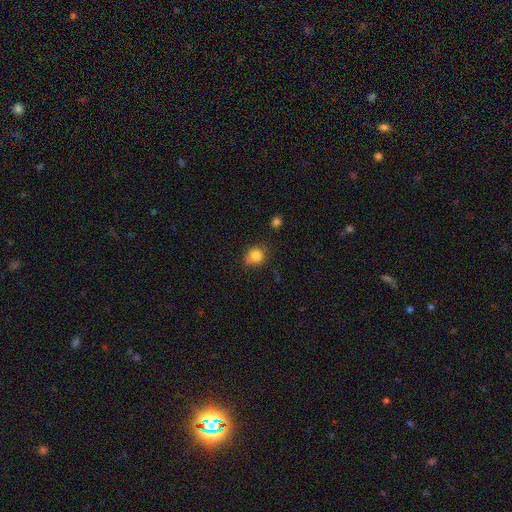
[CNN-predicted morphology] Smooth or featured? Predicted: smooth (p=0.83). How rounded? Predicted: round (p=0.68). Merging? Predicted: none (p=0.68).